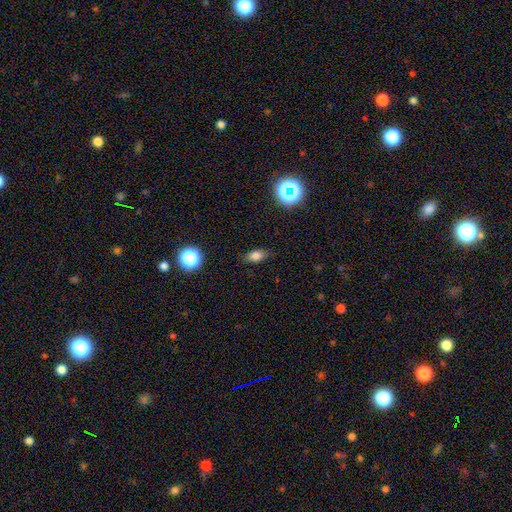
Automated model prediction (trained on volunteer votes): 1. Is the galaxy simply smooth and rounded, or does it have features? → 77% smooth, 14% star or artifact, 9% featured or disk.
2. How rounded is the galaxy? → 81% in between, 11% round, 7% cigar-shaped.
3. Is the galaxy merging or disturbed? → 82% none, 13% minor disturbance, 3% major disturbance, 1% merger.